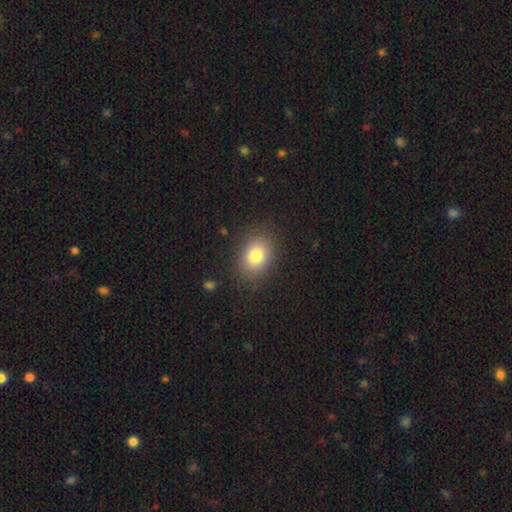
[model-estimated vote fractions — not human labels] Overall: smooth (81%). How rounded: in between (58%; round 41%). Merging: none (86%).